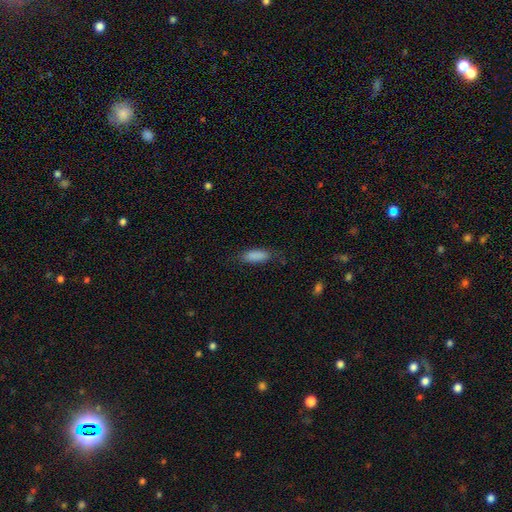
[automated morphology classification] smooth 88%, star or artifact 7%, featured or disk 5%. Down the decision tree: how rounded — in between (66%); merging — none (77%).